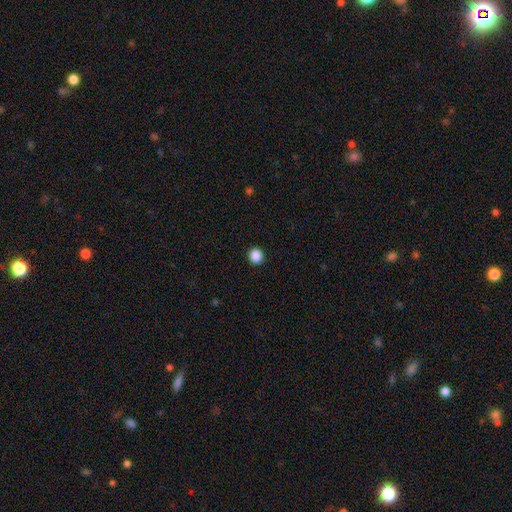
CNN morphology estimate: Smooth or featured?
  - smooth: 88% *
  - star or artifact: 10%
  - featured or disk: 2%
How rounded?
  - round: 92% *
  - in between: 8%
  - cigar-shaped: 1%
Merging?
  - none: 93% *
  - minor disturbance: 4%
  - major disturbance: 2%
  - merger: 1%